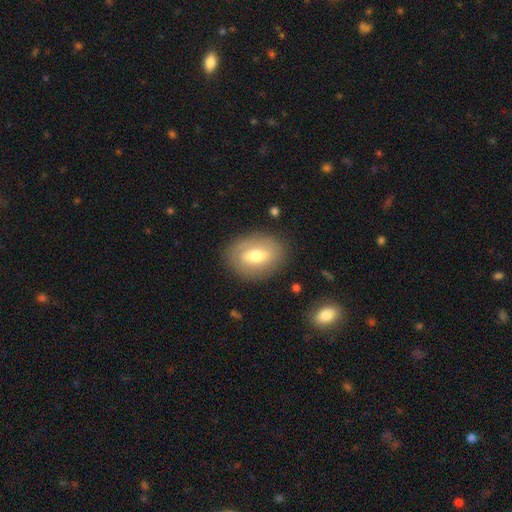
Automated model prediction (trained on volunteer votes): Q: Smooth or featured?
A: smooth (52%); runner-up: featured or disk (40%)
Q: How rounded?
A: in between (65%); runner-up: round (33%)
Q: Merging?
A: none (82%); runner-up: minor disturbance (12%)